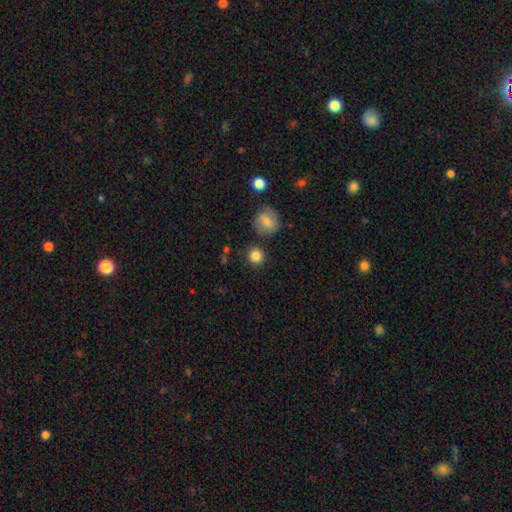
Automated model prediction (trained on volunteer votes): Overall: smooth (84%). How rounded: round (90%). Merging: none (82%).